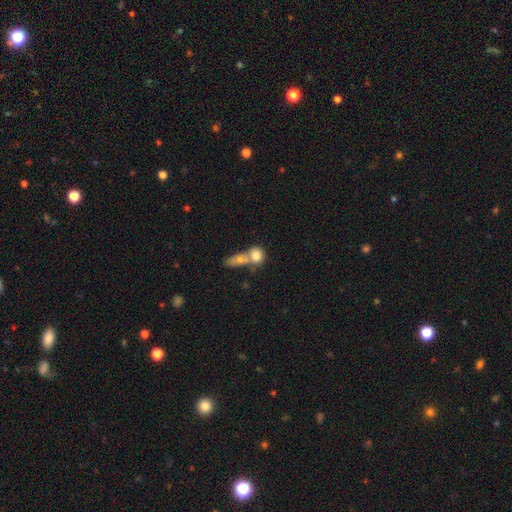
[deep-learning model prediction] This appears to be a smooth galaxy with no disk features (77%) that is round (66%). Merging: merger (56%).